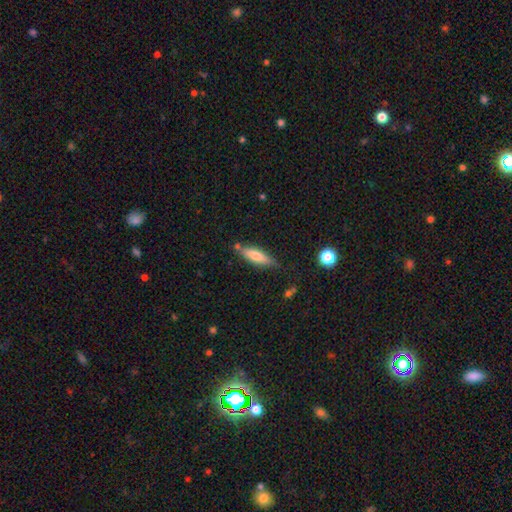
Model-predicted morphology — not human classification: This appears to be a smooth galaxy with no disk features (67%) that is cigar-shaped (59%). Merging: none (72%).